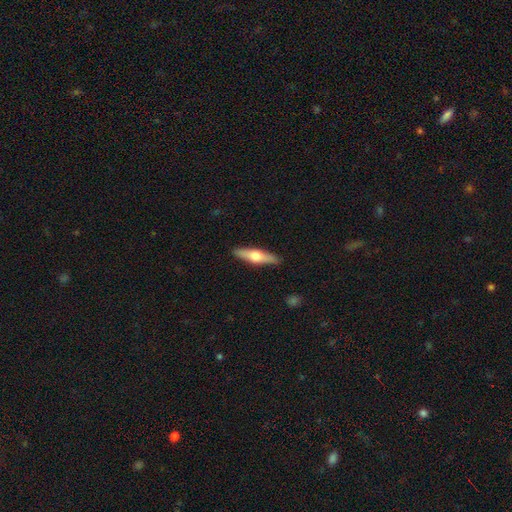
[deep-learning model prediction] smooth 48%, featured or disk 47%, star or artifact 5%. Down the decision tree: merging — none (90%).